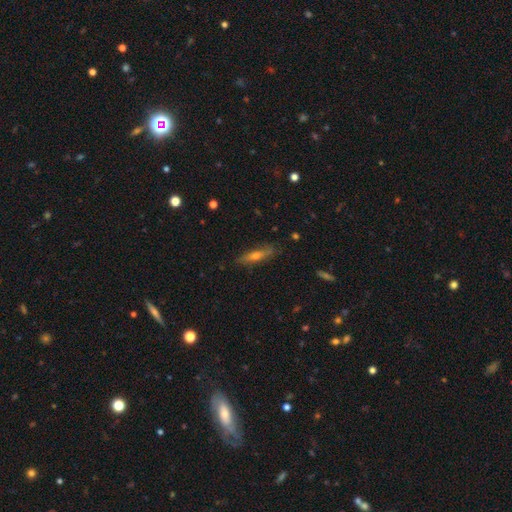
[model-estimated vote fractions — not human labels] This appears to be a featured or disk galaxy (48%). Merging: none (80%).